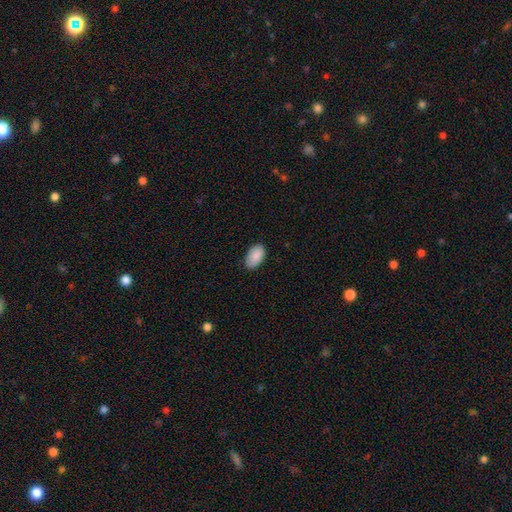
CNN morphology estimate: smooth-or-featured: smooth: 89% | star or artifact: 6% | featured or disk: 5%
  how-rounded: in between: 94% | round: 5% | cigar-shaped: 1%
  merging: none: 80% | minor disturbance: 16% | major disturbance: 3% | merger: 1%